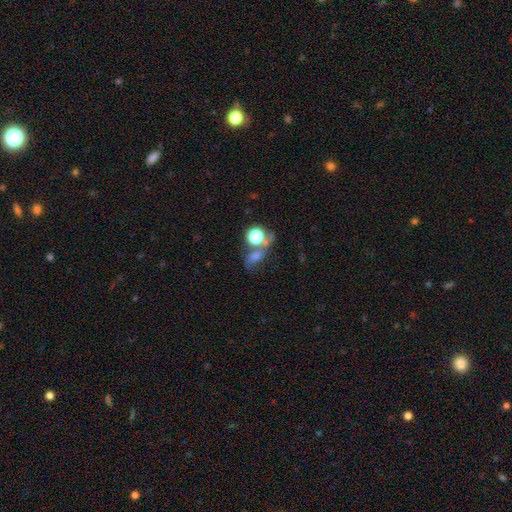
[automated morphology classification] Smooth or featured?
  - smooth: 48% *
  - star or artifact: 31%
  - featured or disk: 21%
Merging?
  - none: 44% *
  - merger: 37%
  - minor disturbance: 10%
  - major disturbance: 9%